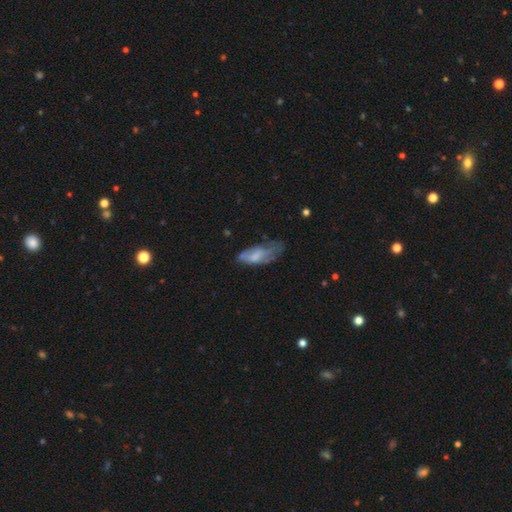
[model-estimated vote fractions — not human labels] The model was most divided on "merging": minor disturbance: 35%, none: 33%, major disturbance: 29%, merger: 3%. More confident: how rounded — in between (76%); smooth or featured — smooth (57%).